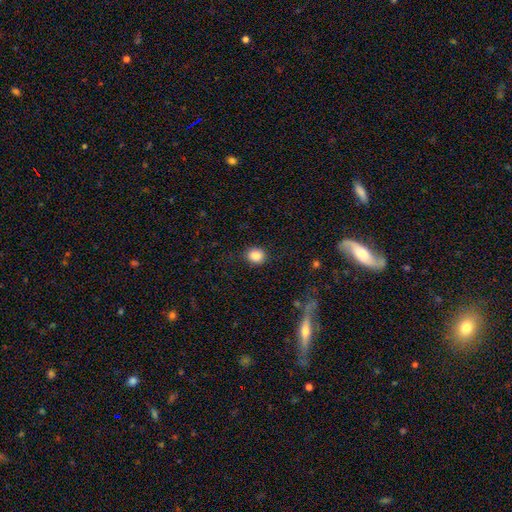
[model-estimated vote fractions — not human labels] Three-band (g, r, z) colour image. It shows a smooth galaxy with no disk features (86%) that is round (73%). Merging: none (88%).